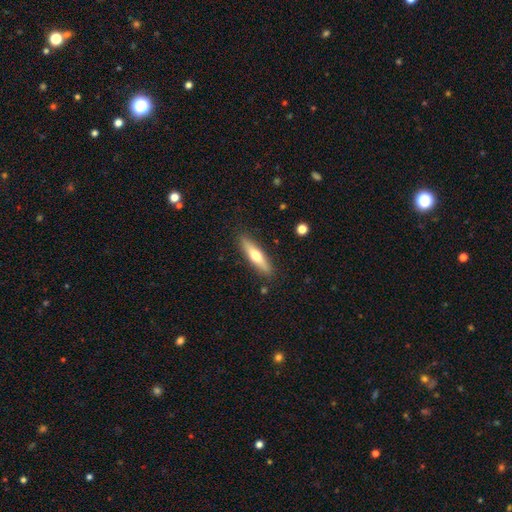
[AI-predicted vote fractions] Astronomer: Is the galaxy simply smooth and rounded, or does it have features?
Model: smooth — 53% (runner-up: featured or disk, 41%).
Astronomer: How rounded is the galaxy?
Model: cigar-shaped — 77%.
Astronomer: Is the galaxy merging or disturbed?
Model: none — 88%.